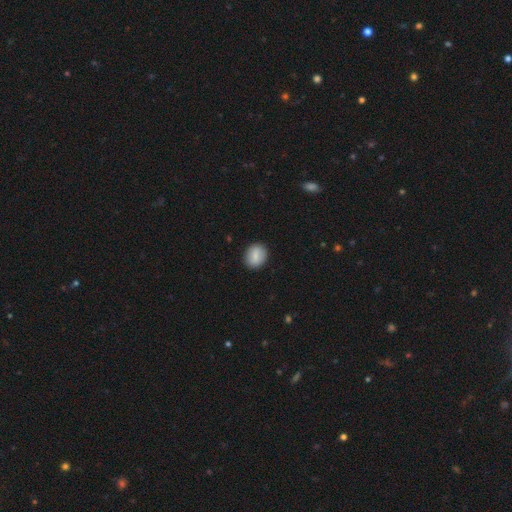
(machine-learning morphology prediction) This is likely a smooth galaxy (79%). How rounded: possibly round (52%). Merging: clearly none (89%).